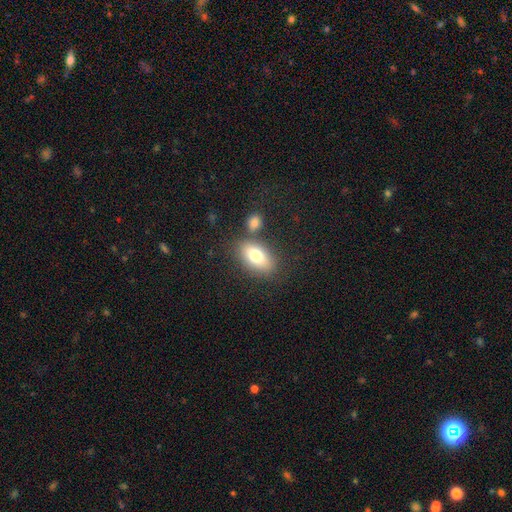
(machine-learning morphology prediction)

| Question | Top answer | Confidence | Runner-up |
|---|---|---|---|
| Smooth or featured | smooth | 77% | featured or disk (16%) |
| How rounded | in between | 89% | round (8%) |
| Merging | none | 69% | merger (15%) |